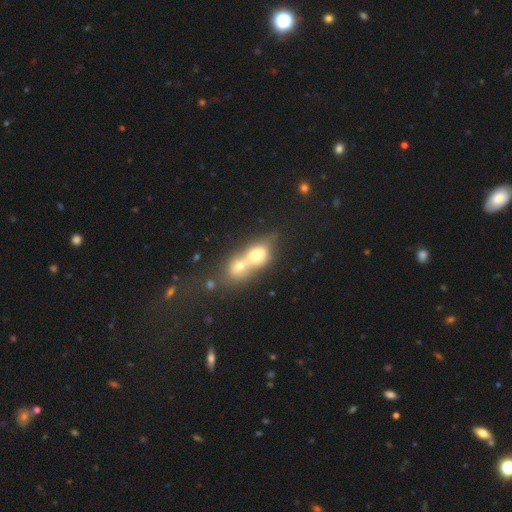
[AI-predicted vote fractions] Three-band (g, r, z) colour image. It shows a smooth galaxy with no disk features (61%) that is in between round and cigar-shaped (51%). Merging: merger (80%).